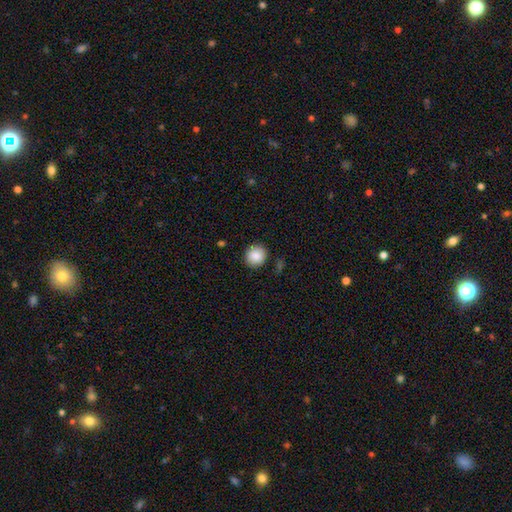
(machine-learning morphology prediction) smooth_or_featured: smooth (p=0.88) [alt: star or artifact p=0.08]
how_rounded: round (p=0.90) [alt: in between p=0.09]
merging: none (p=0.88) [alt: minor disturbance p=0.08]